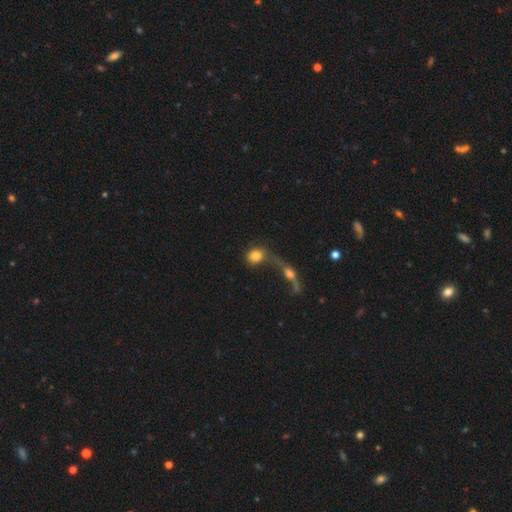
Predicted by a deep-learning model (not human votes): Smooth or featured?
  - smooth: 78% *
  - featured or disk: 13%
  - star or artifact: 9%
How rounded?
  - round: 51% *
  - in between: 46%
  - cigar-shaped: 3%
Merging?
  - merger: 47% *
  - none: 33%
  - major disturbance: 11%
  - minor disturbance: 10%